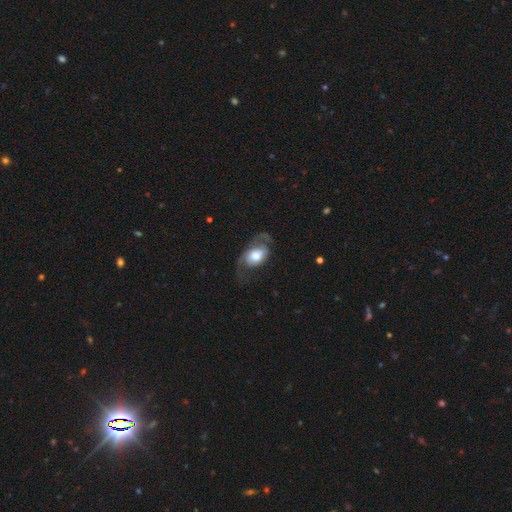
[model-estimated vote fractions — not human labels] Overall: featured or disk (52%; smooth 42%). Edge-on disk: no (93%). Merging: none (43%; major disturbance 33%).